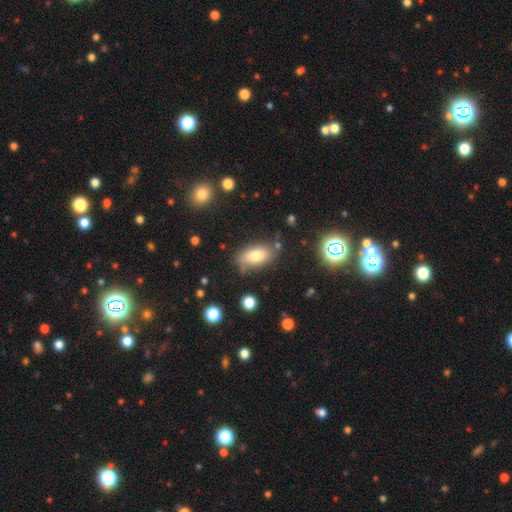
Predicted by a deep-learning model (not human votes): smooth-or-featured: smooth: 75% | featured or disk: 15% | star or artifact: 10%
  how-rounded: in between: 89% | cigar-shaped: 7% | round: 4%
  merging: none: 72% | minor disturbance: 17% | merger: 6% | major disturbance: 5%